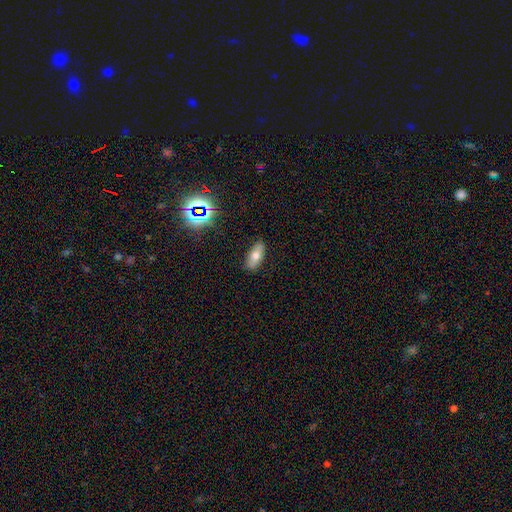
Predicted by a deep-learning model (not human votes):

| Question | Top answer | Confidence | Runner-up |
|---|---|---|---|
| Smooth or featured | smooth | 67% | featured or disk (22%) |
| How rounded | in between | 79% | cigar-shaped (18%) |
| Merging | none | 86% | minor disturbance (10%) |